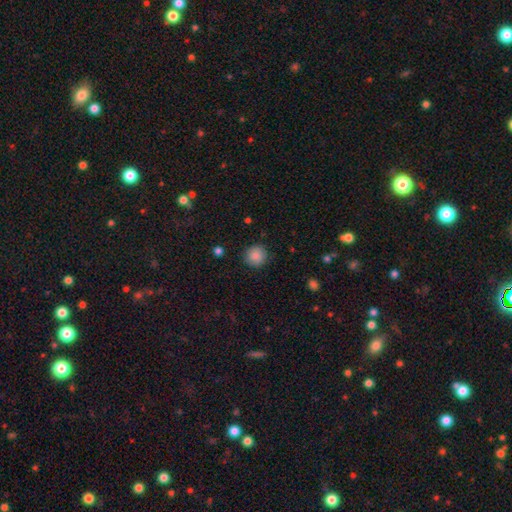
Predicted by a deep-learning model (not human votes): This is clearly a smooth galaxy (88%). How rounded: clearly round (93%). Merging: clearly none (89%).